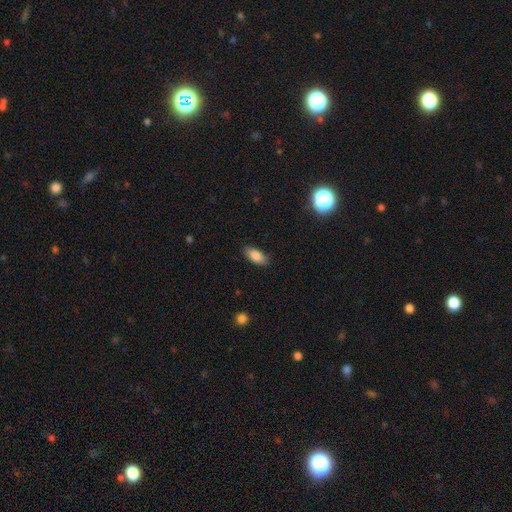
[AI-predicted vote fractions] smooth-or-featured: smooth: 86% | star or artifact: 8% | featured or disk: 7%
  how-rounded: in between: 87% | cigar-shaped: 10% | round: 3%
  merging: none: 86% | minor disturbance: 11% | major disturbance: 2% | merger: 1%